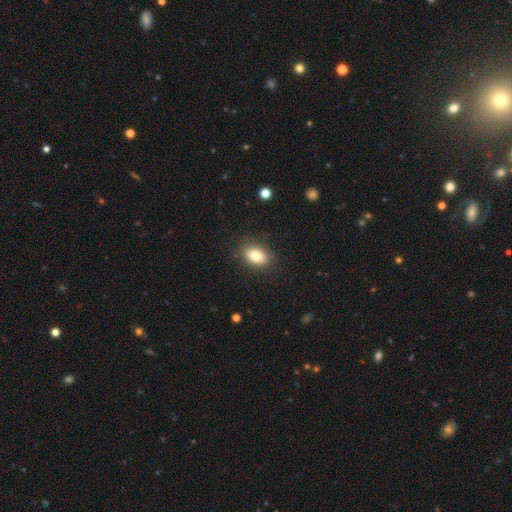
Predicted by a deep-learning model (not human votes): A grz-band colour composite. It shows a smooth galaxy with no disk features (84%) that is in between round and cigar-shaped (83%). Merging: none (85%).